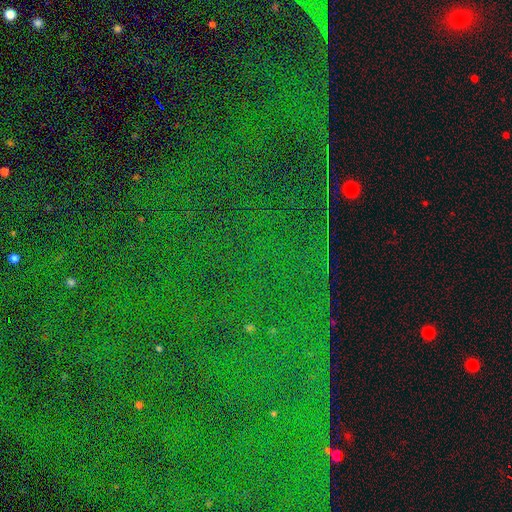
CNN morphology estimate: A star or artifact, not a galaxy (85%).

Vote fractions:
- Smooth or featured? star or artifact: 85% / smooth: 7% / featured or disk: 7%